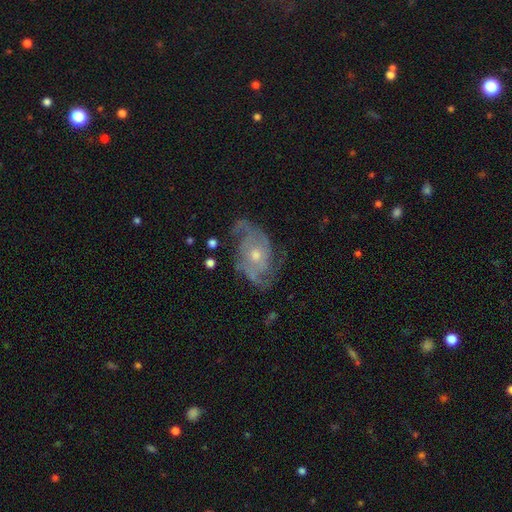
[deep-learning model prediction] Q: Smooth or featured?
A: featured or disk (85%); runner-up: smooth (9%)
Q: Edge-on disk?
A: no (96%); runner-up: yes (4%)
Q: Bar?
A: no (75%); runner-up: weak (21%)
Q: Spiral arms?
A: yes (93%); runner-up: no (7%)
Q: Spiral winding?
A: medium (44%); runner-up: tight (37%)
Q: Spiral arm count?
A: 2 (40%); runner-up: 3 (22%)
Q: Bulge size?
A: moderate (59%); runner-up: small (36%)
Q: Merging?
A: none (64%); runner-up: minor disturbance (21%)